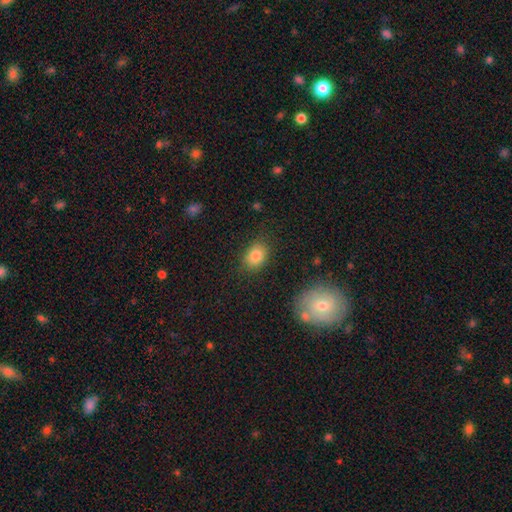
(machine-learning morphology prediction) Smooth or featured?
  - smooth: 83% *
  - star or artifact: 10%
  - featured or disk: 7%
How rounded?
  - in between: 70% *
  - round: 29%
  - cigar-shaped: 1%
Merging?
  - none: 81% *
  - minor disturbance: 13%
  - major disturbance: 4%
  - merger: 2%